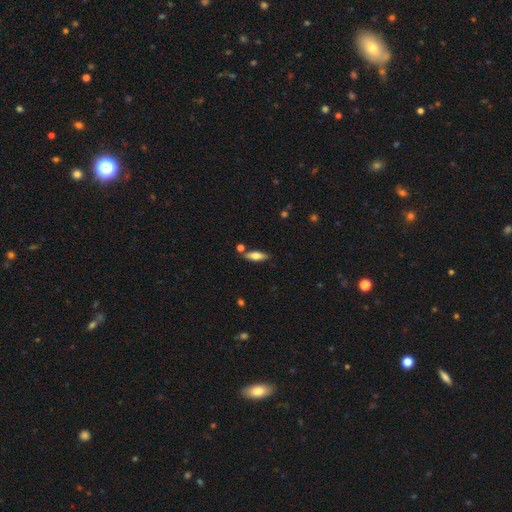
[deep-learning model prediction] Q: Smooth or featured?
A: smooth (67%); runner-up: featured or disk (26%)
Q: How rounded?
A: in between (61%); runner-up: cigar-shaped (36%)
Q: Merging?
A: none (78%); runner-up: minor disturbance (12%)